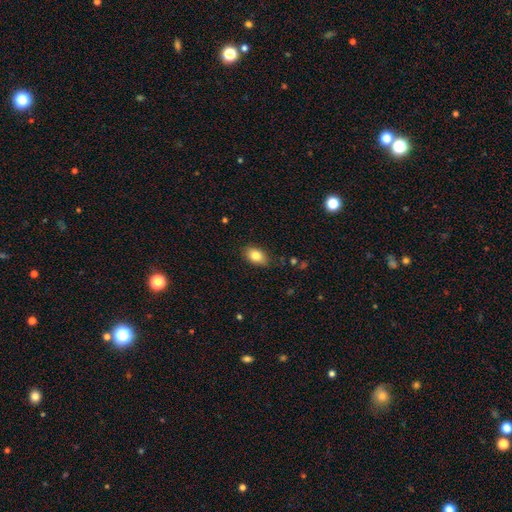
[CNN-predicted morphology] This is clearly a smooth galaxy (82%). How rounded: clearly in between (85%). Merging: clearly none (81%).